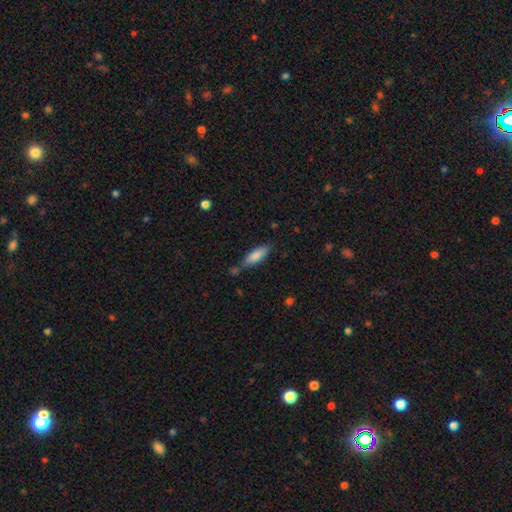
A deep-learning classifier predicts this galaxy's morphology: Q: Smooth or featured?
A: smooth (82%); runner-up: featured or disk (12%)
Q: How rounded?
A: in between (55%); runner-up: cigar-shaped (43%)
Q: Merging?
A: none (65%); runner-up: minor disturbance (20%)